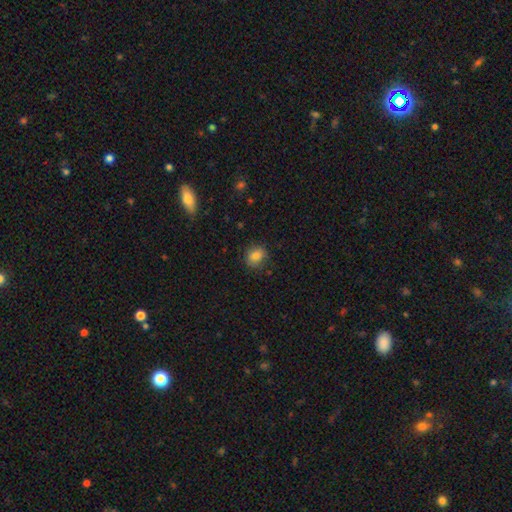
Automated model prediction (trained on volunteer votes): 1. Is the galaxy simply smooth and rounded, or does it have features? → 83% smooth, 10% star or artifact, 7% featured or disk.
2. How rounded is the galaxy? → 68% round, 31% in between, 1% cigar-shaped.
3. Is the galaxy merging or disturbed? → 81% none, 14% minor disturbance, 3% major disturbance, 1% merger.